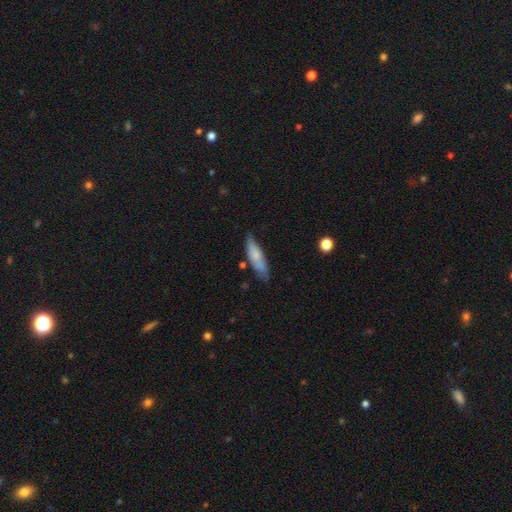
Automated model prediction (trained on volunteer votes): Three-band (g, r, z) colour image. It shows a smooth galaxy with no disk features (68%) that is cigar-shaped (60%). Merging: none (69%).